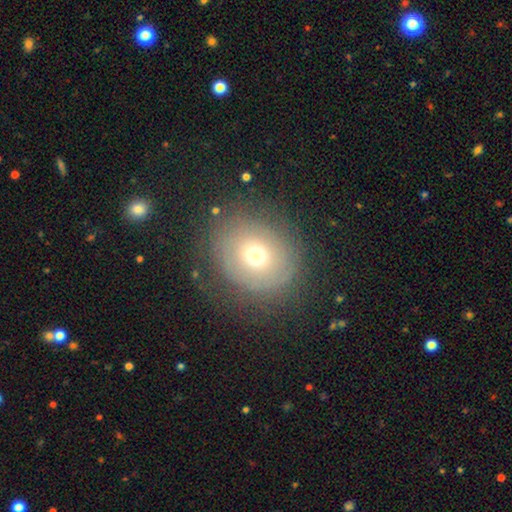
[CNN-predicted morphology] smooth_or_featured: smooth (p=0.60) [alt: featured or disk p=0.26]
how_rounded: round (p=0.74) [alt: in between p=0.25]
merging: none (p=0.74) [alt: minor disturbance p=0.16]